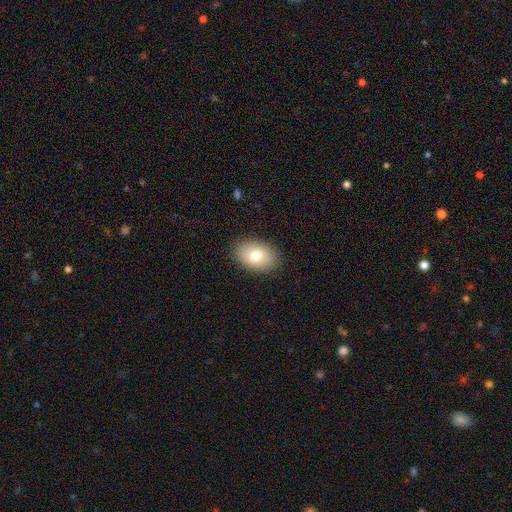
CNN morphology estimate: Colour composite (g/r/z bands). It shows a smooth galaxy with no disk features (75%) that is in between round and cigar-shaped (86%). Merging: none (88%).